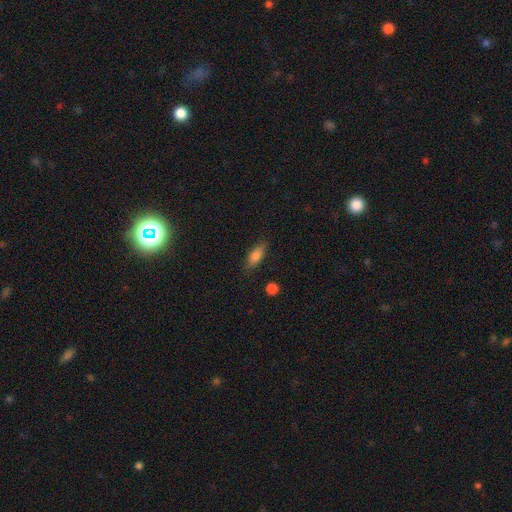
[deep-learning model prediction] A smooth galaxy with no disk features (79%) that is in between round and cigar-shaped (69%).

Vote fractions:
- Smooth or featured? smooth: 79% / featured or disk: 13% / star or artifact: 8%
- How rounded? in between: 69% / cigar-shaped: 28% / round: 3%
- Merging? none: 82% / minor disturbance: 13% / major disturbance: 3% / merger: 2%